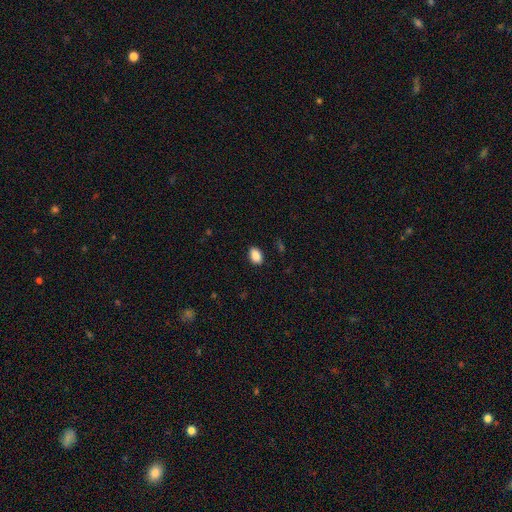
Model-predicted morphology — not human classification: smooth 88%, star or artifact 8%, featured or disk 4%. Down the decision tree: how rounded — in between (83%); merging — none (87%).